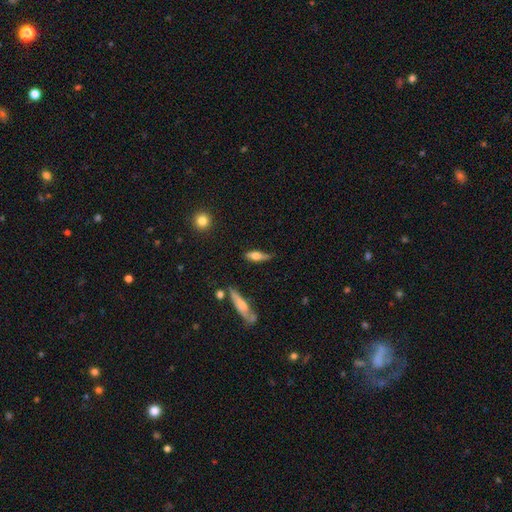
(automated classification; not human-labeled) This is possibly a smooth galaxy (54%). How rounded: possibly in between (48%, tied with cigar-shaped). Merging: possibly none (55%).